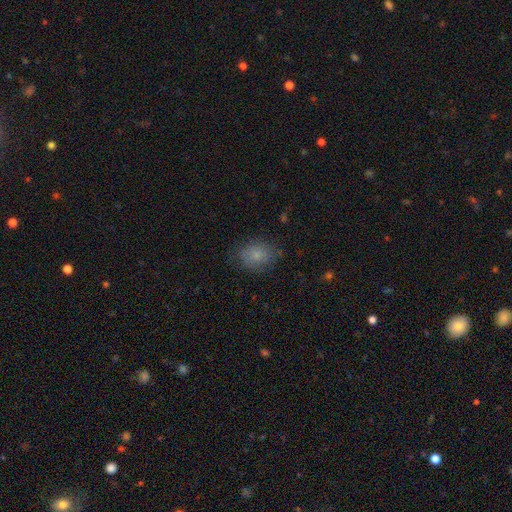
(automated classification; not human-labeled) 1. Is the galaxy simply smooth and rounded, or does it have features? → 79% smooth, 11% star or artifact, 10% featured or disk.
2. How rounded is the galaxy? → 55% in between, 44% round, 1% cigar-shaped.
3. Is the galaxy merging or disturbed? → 75% none, 18% minor disturbance, 6% major disturbance, 1% merger.